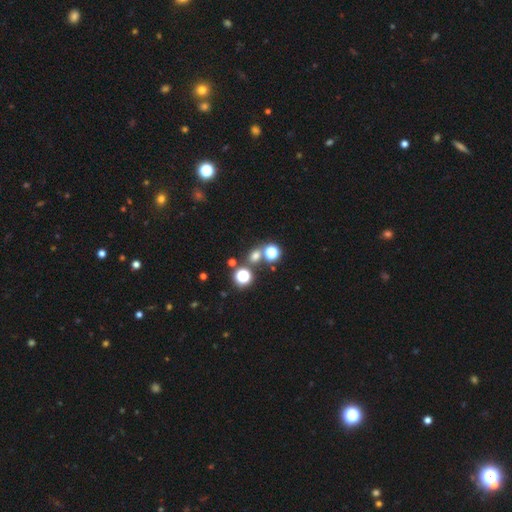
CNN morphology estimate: Smooth or featured? smooth (56%)
How rounded? round (74%)
Merging? none (67%)